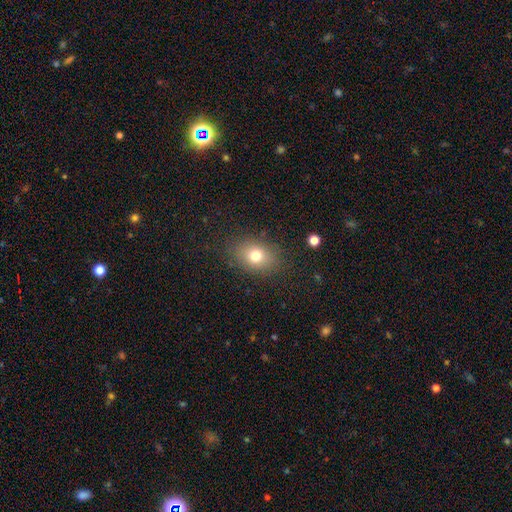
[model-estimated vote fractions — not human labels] Smooth or featured? smooth (75%)
How rounded? in between (66%)
Merging? none (84%)